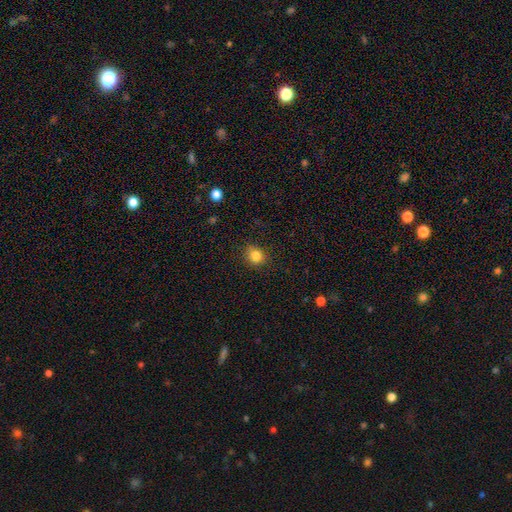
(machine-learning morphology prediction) The model was most divided on "how rounded": round: 80%, in between: 19%, cigar-shaped: 1%. More confident: merging — none (87%); smooth or featured — smooth (84%).